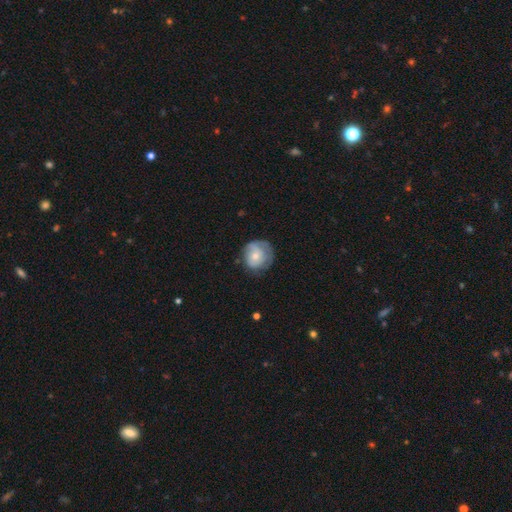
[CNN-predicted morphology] This appears to be a smooth galaxy with no disk features (57%) that is round (84%). Merging: none (58%).